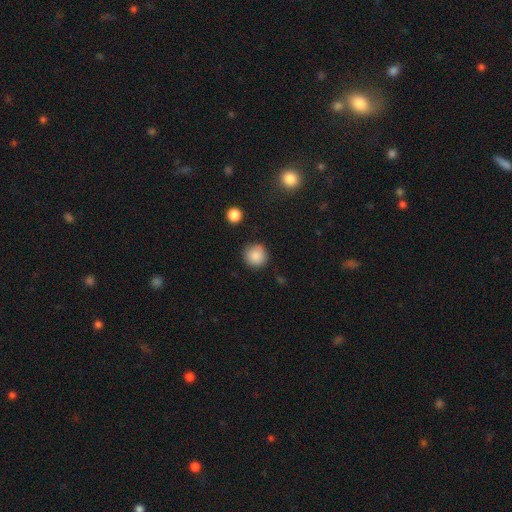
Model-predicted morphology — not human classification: The model was most divided on "smooth or featured": smooth: 87%, star or artifact: 9%, featured or disk: 4%. More confident: how rounded — round (94%); merging — none (87%).